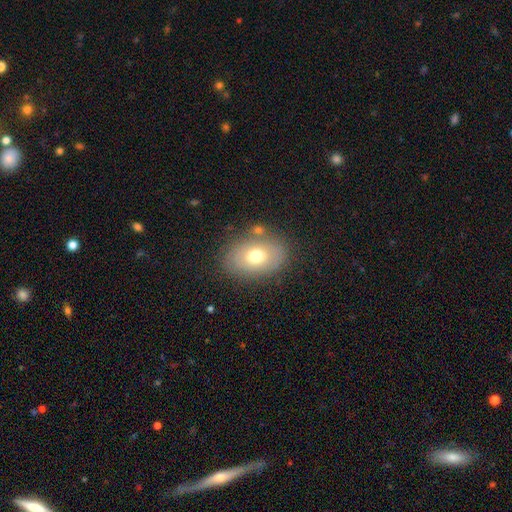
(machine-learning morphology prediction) smooth 67%, featured or disk 23%, star or artifact 10%. Down the decision tree: how rounded — in between (77%); merging — none (77%).